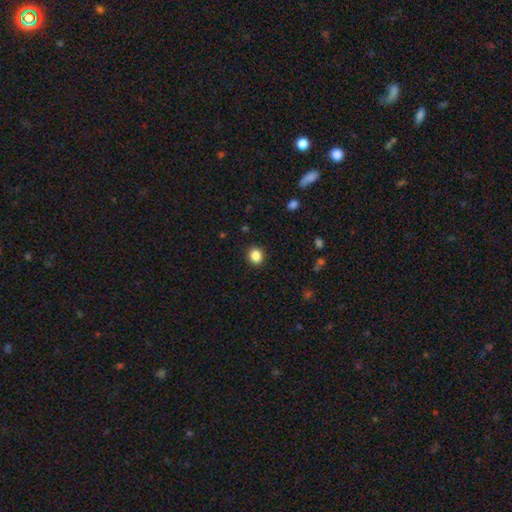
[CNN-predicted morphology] Smooth or featured? smooth (86%)
How rounded? round (75%)
Merging? none (91%)